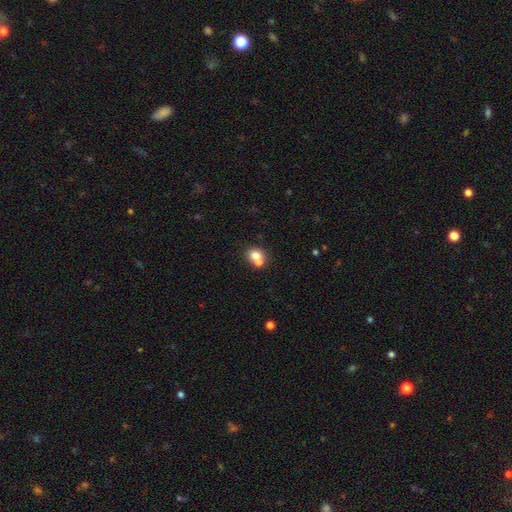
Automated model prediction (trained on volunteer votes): A smooth galaxy with no disk features (73%) that is round (73%). Merging: merger (53%).